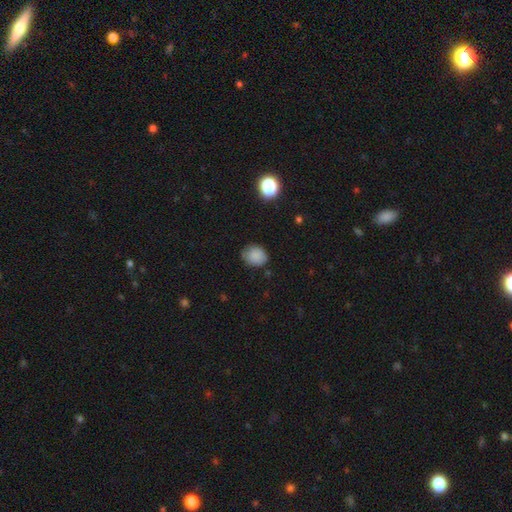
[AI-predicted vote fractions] Q: Smooth or featured?
A: smooth (84%); runner-up: star or artifact (10%)
Q: How rounded?
A: round (59%); runner-up: in between (40%)
Q: Merging?
A: none (74%); runner-up: minor disturbance (21%)